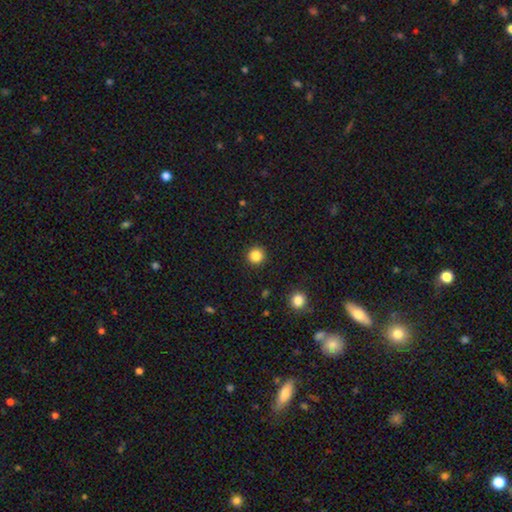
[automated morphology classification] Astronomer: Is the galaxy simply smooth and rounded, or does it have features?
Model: smooth — 85%.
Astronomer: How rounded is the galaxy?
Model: round — 95%.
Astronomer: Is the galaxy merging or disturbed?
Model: none — 93%.